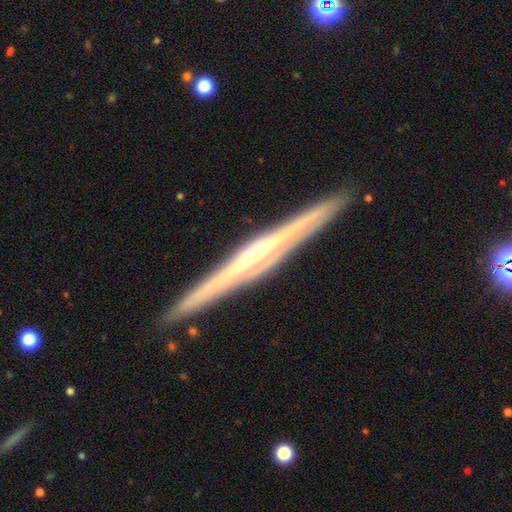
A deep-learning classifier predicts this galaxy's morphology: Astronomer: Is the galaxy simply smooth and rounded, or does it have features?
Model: featured or disk — 84%.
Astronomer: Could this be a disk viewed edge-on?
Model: yes — 98%.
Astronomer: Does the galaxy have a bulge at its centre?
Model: rounded — 66%.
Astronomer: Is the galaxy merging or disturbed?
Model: none — 92%.